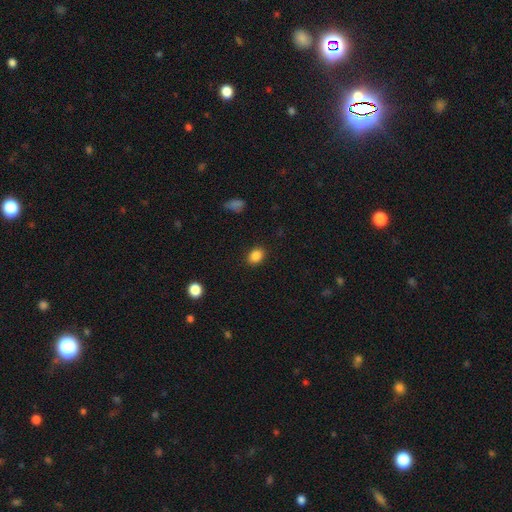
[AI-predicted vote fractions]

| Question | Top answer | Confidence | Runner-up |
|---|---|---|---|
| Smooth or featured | smooth | 87% | star or artifact (10%) |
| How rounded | in between | 56% | round (43%) |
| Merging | none | 88% | minor disturbance (8%) |